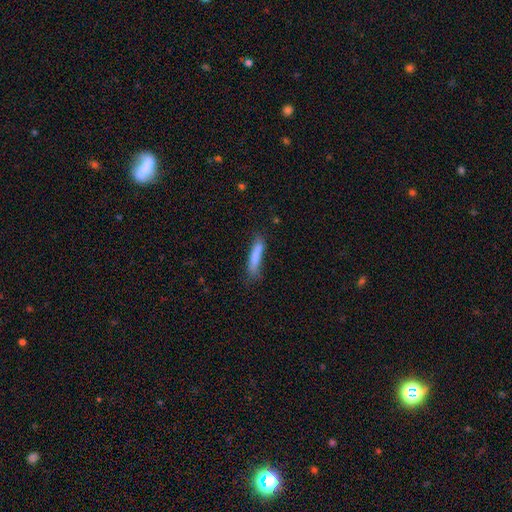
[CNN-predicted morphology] smooth_or_featured: smooth (p=0.79) [alt: featured or disk p=0.14]
how_rounded: cigar-shaped (p=0.85) [alt: in between p=0.14]
merging: none (p=0.65) [alt: minor disturbance p=0.24]